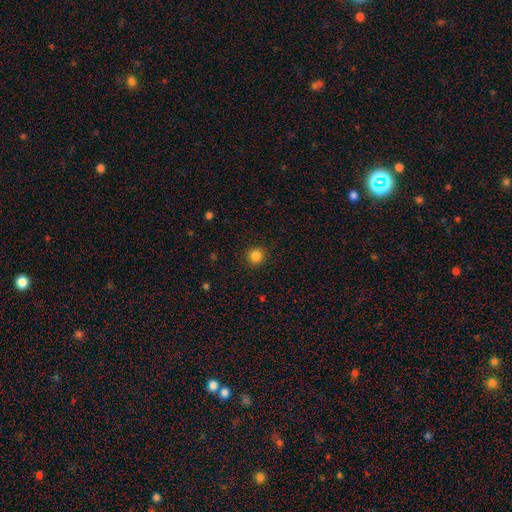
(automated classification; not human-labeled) Q: Smooth or featured?
A: smooth (85%); runner-up: star or artifact (12%)
Q: How rounded?
A: round (94%); runner-up: in between (5%)
Q: Merging?
A: none (91%); runner-up: minor disturbance (6%)